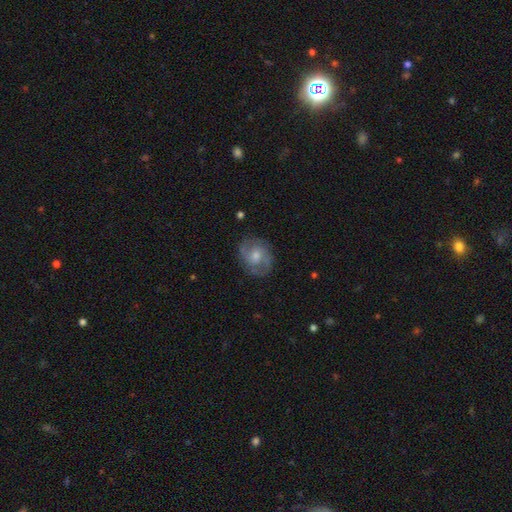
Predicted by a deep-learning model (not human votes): Smooth or featured? featured or disk (65%)
Edge-on disk? no (97%)
Bar? no (61%)
Spiral arms? yes (84%)
Spiral winding? medium (45%)
Spiral arm count? 2 (63%)
Bulge size? moderate (56%)
Merging? none (78%)